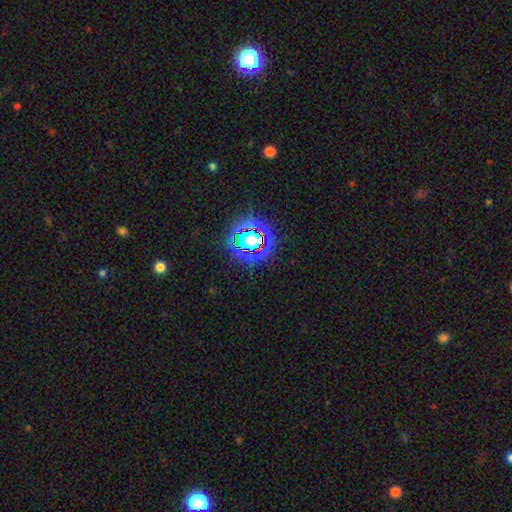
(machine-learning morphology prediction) smooth_or_featured: star or artifact (p=0.80) [alt: smooth p=0.12]